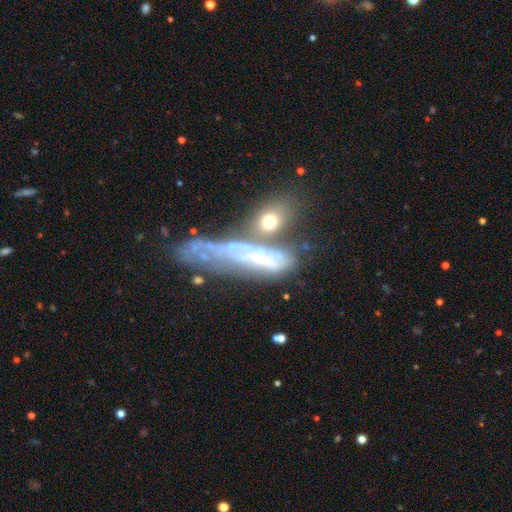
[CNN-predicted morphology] This appears to be a featured or disk galaxy (61%). Merging: none (33%).